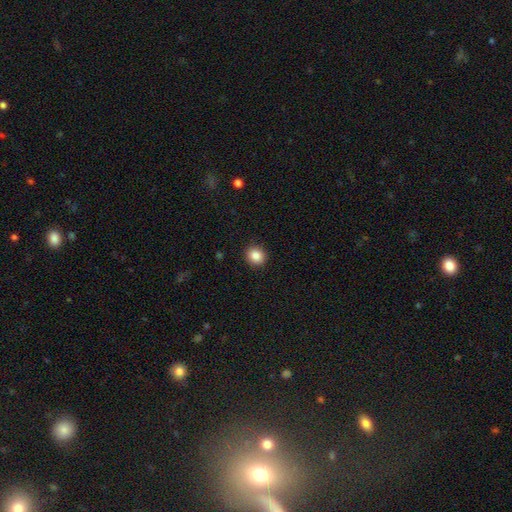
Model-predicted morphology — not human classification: The model was most divided on "how rounded": round: 85%, in between: 14%, cigar-shaped: 1%. More confident: merging — none (92%); smooth or featured — smooth (85%).